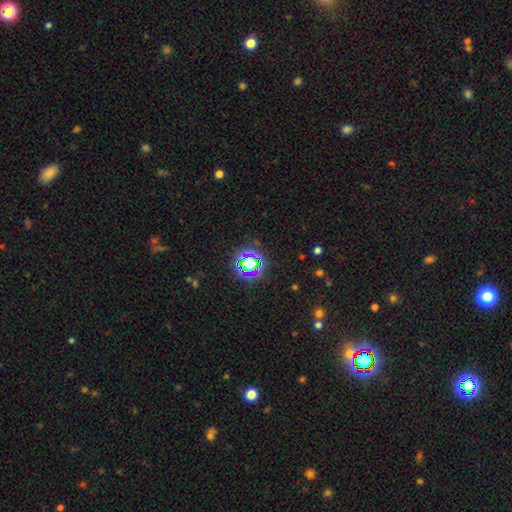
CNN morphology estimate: smooth_or_featured: star or artifact (p=0.77) [alt: smooth p=0.15]